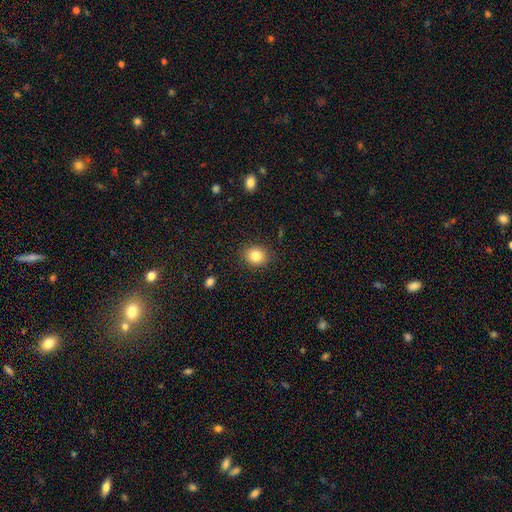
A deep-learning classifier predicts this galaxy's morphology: Overall: smooth (83%). How rounded: round (71%). Merging: none (89%).